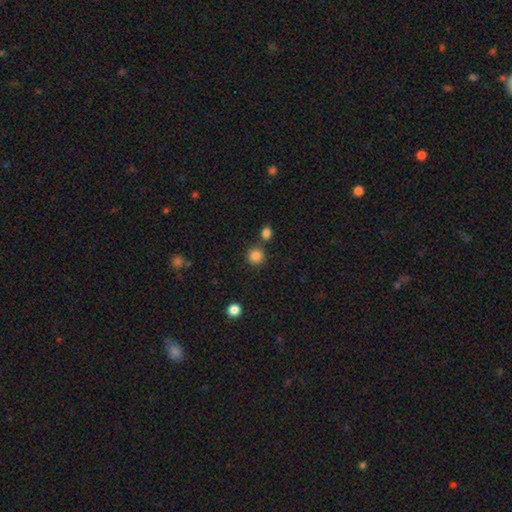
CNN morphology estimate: type=smooth (85%); roundness=round (91%); merging=none (76%).